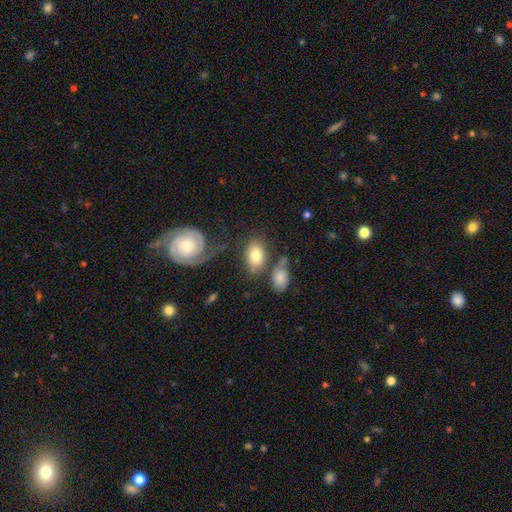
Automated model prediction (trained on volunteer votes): Overall: smooth (74%). How rounded: in between (86%). Merging: none (57%).